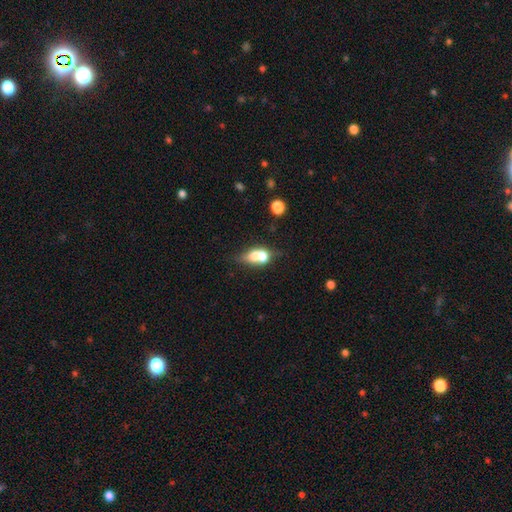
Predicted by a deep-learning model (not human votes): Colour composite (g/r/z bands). It shows a smooth galaxy with no disk features (62%) that is in between round and cigar-shaped (59%). Merging: merger (57%).